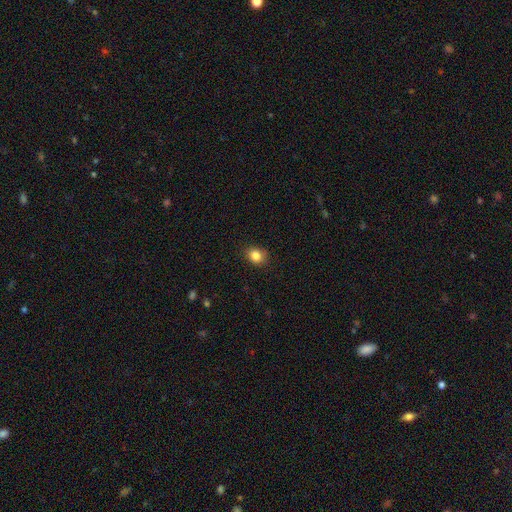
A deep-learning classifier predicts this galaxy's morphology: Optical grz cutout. It shows a smooth galaxy with no disk features (85%) that is round (57%). Merging: none (86%).